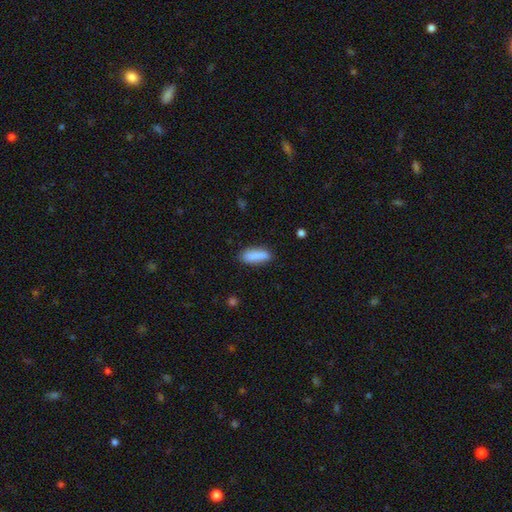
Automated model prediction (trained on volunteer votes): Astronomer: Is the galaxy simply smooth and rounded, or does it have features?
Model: smooth — 88%.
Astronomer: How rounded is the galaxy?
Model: in between — 64%.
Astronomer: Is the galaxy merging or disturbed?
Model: none — 80%.